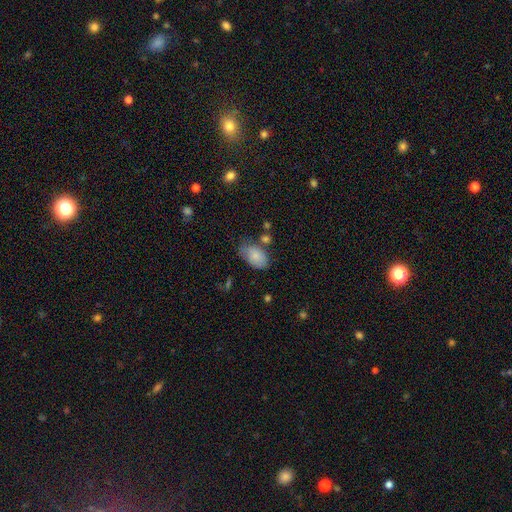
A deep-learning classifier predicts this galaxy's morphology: Smooth or featured: smooth — 82% (featured or disk — 11%)
How rounded: in between — 91% (round — 8%)
Merging: none — 52% (minor disturbance — 30%)